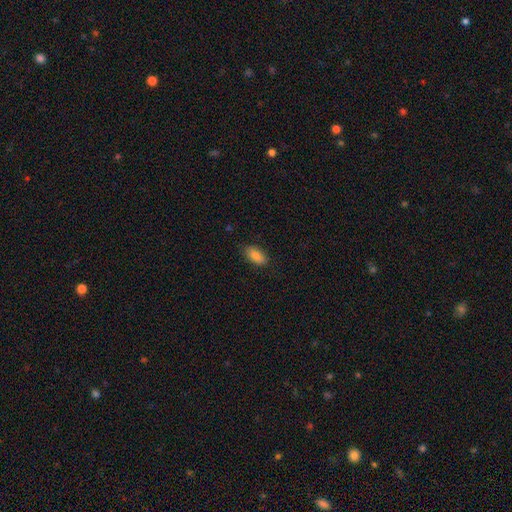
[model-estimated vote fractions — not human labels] This is clearly a smooth galaxy (83%). How rounded: clearly in between (91%). Merging: clearly none (83%).